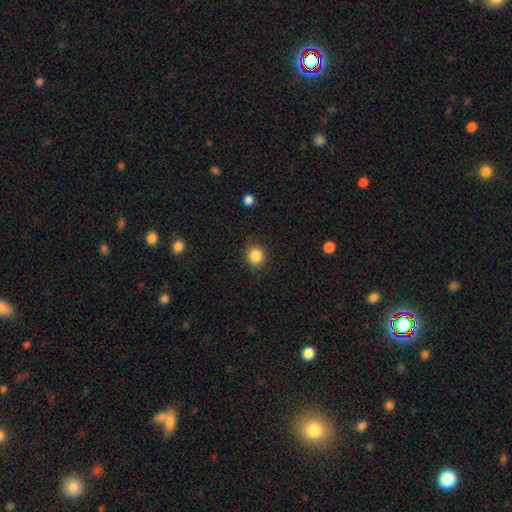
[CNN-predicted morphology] smooth 86%, star or artifact 10%, featured or disk 4%. Down the decision tree: how rounded — round (82%); merging — none (84%).